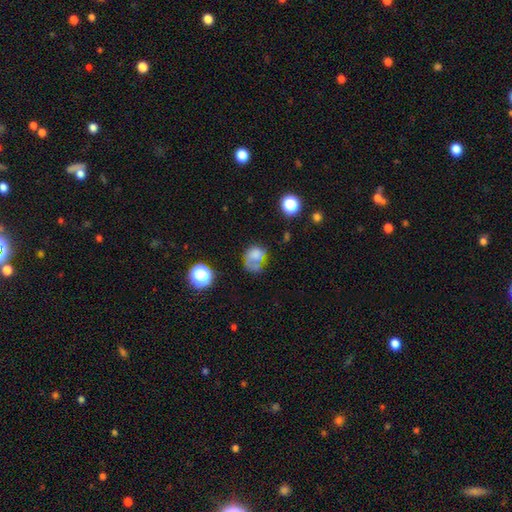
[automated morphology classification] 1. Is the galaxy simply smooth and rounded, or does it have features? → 61% smooth, 25% featured or disk, 14% star or artifact.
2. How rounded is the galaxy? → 62% round, 37% in between, 1% cigar-shaped.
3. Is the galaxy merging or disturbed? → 34% none, 33% major disturbance, 25% minor disturbance, 8% merger.